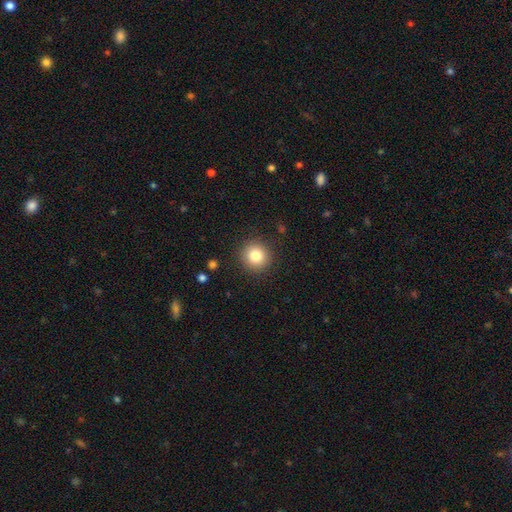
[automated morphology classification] Smooth or featured? smooth (83%)
How rounded? round (92%)
Merging? none (90%)